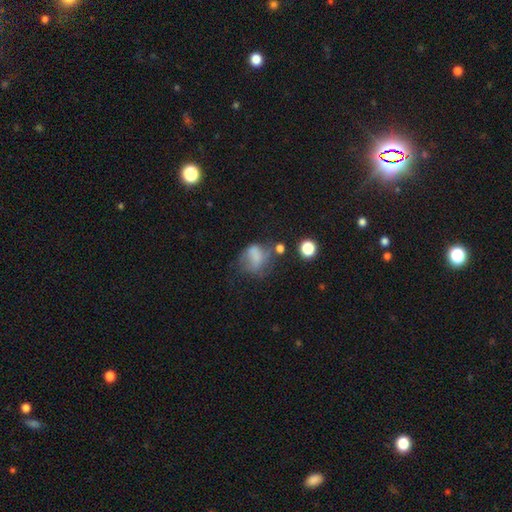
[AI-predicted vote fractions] A smooth galaxy with no disk features (60%) that is in between round and cigar-shaped (50%).

Vote fractions:
- Smooth or featured? smooth: 60% / featured or disk: 26% / star or artifact: 15%
- How rounded? in between: 50% / round: 49% / cigar-shaped: 1%
- Merging? major disturbance: 35% / none: 30% / minor disturbance: 26% / merger: 10%